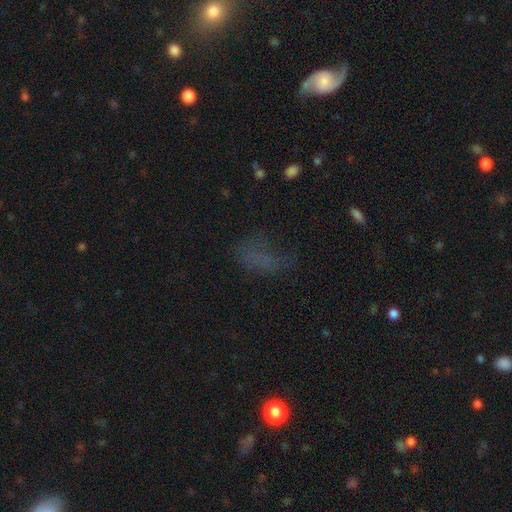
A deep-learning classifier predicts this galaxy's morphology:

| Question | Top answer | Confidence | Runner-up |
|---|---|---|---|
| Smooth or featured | smooth | 53% | star or artifact (28%) |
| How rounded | in between | 81% | round (10%) |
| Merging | none | 43% | major disturbance (31%) |